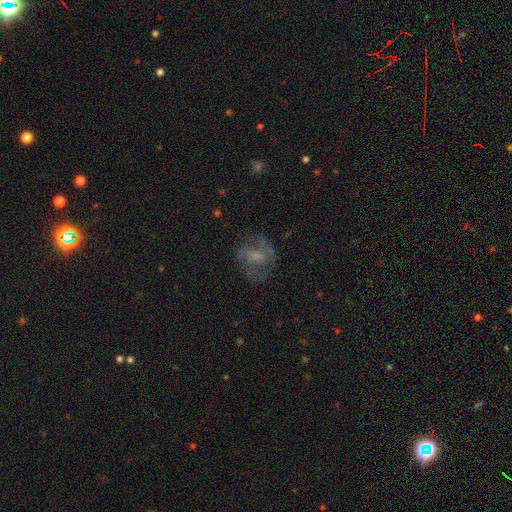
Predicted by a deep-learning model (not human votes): Overall: featured or disk (57%; smooth 32%). Edge-on disk: no (97%). Bar: weak (42%; no 41%). Spiral arms: yes (65%; no 35%). Bulge size: small (33%; none 30%). Merging: none (59%; major disturbance 20%).